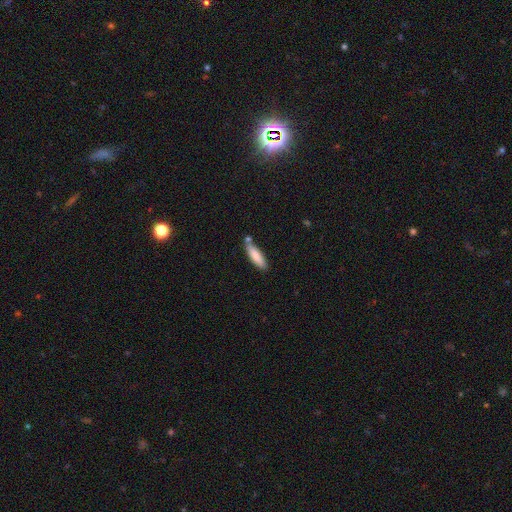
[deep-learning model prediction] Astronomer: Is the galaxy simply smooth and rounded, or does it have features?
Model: smooth — 83%.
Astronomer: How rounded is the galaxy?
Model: cigar-shaped — 62% (runner-up: in between, 37%).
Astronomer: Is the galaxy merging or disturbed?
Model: none — 70%.